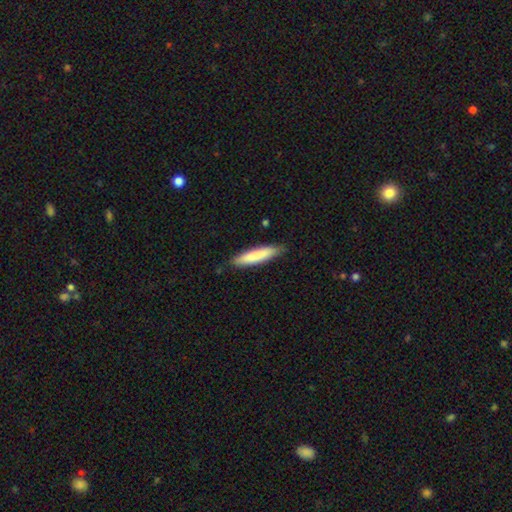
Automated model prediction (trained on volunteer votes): This is clearly a smooth galaxy (82%). How rounded: clearly cigar-shaped (83%). Merging: clearly none (84%).